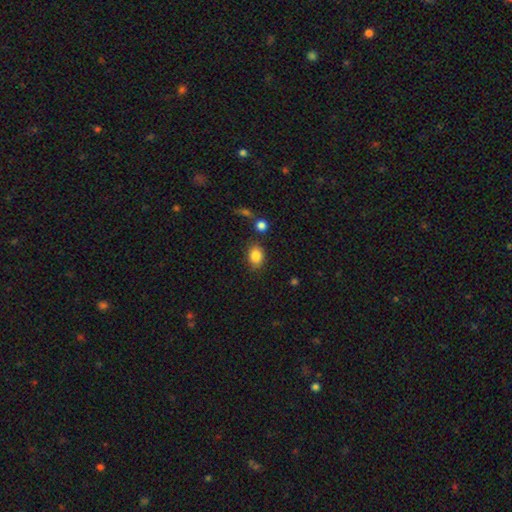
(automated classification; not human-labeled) smooth 85%, star or artifact 9%, featured or disk 6%. Down the decision tree: how rounded — in between (68%); merging — none (78%).